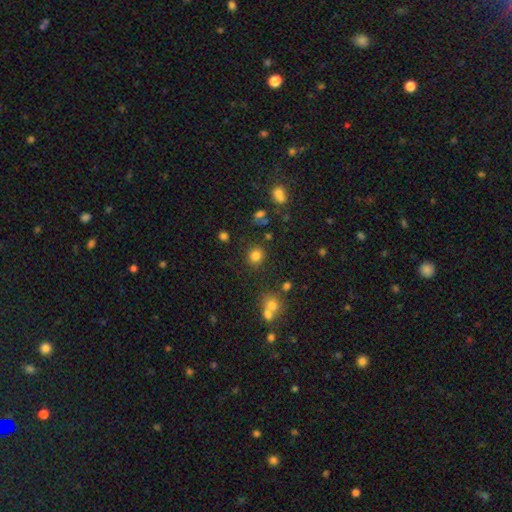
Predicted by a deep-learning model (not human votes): A smooth galaxy with no disk features (81%) that is round (82%).

Vote fractions:
- Smooth or featured? smooth: 81% / star or artifact: 14% / featured or disk: 5%
- How rounded? round: 82% / in between: 17% / cigar-shaped: 1%
- Merging? none: 83% / minor disturbance: 9% / merger: 5% / major disturbance: 3%